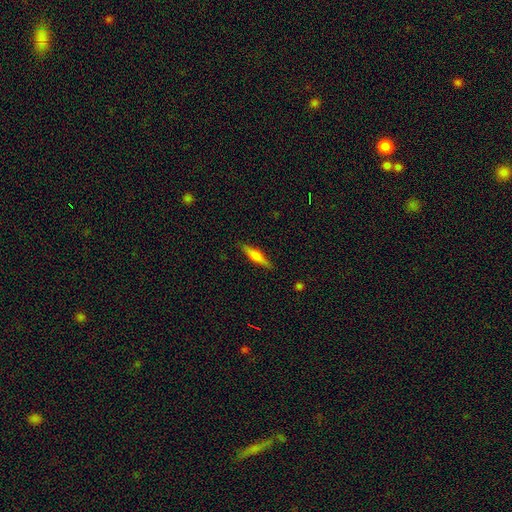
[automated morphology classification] A smooth galaxy with no disk features (51%) that is cigar-shaped (81%).

Vote fractions:
- Smooth or featured? smooth: 51% / featured or disk: 42% / star or artifact: 7%
- How rounded? cigar-shaped: 81% / in between: 17% / round: 2%
- Merging? none: 88% / minor disturbance: 9% / major disturbance: 2% / merger: 1%